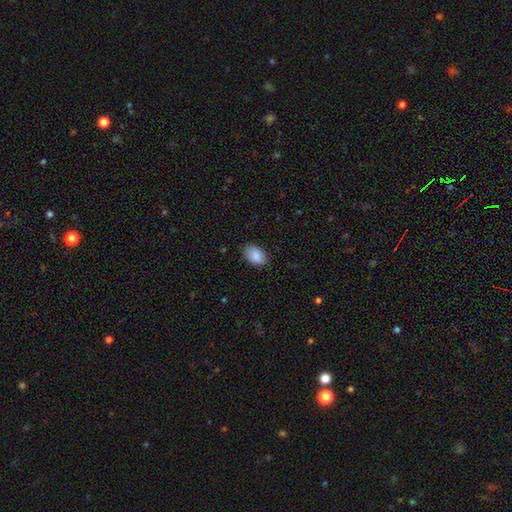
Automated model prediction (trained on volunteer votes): A smooth galaxy with no disk features (89%) that is in between round and cigar-shaped (90%). Merging: none (82%).